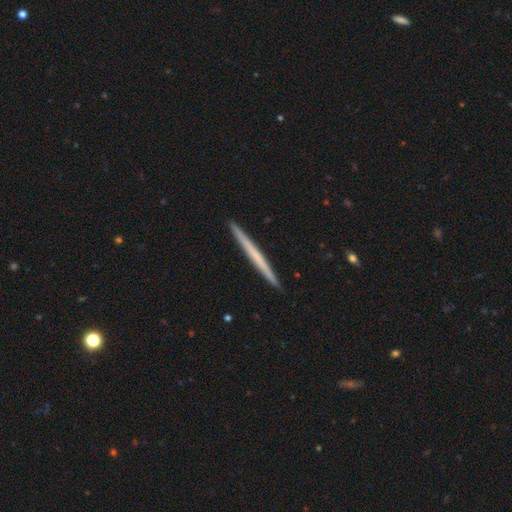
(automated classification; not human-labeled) This is possibly a featured or disk galaxy (48%). Merging: clearly none (93%).